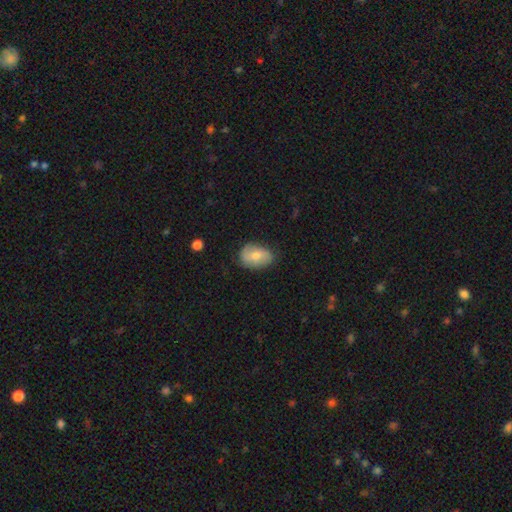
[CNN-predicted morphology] smooth_or_featured: smooth (p=0.63) [alt: featured or disk p=0.31]
how_rounded: in between (p=0.82) [alt: round p=0.16]
merging: none (p=0.72) [alt: minor disturbance p=0.22]